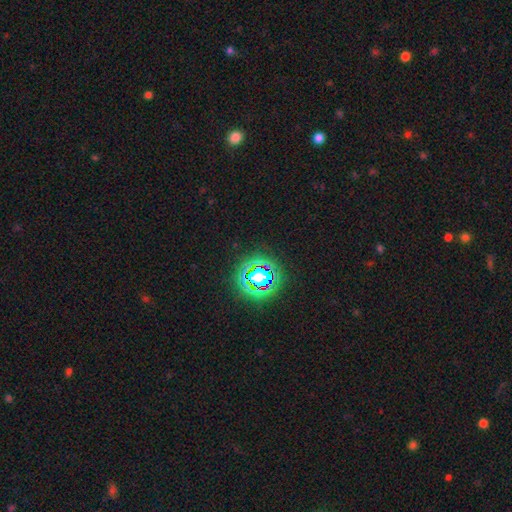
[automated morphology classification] star or artifact 80%, smooth 14%, featured or disk 6%.